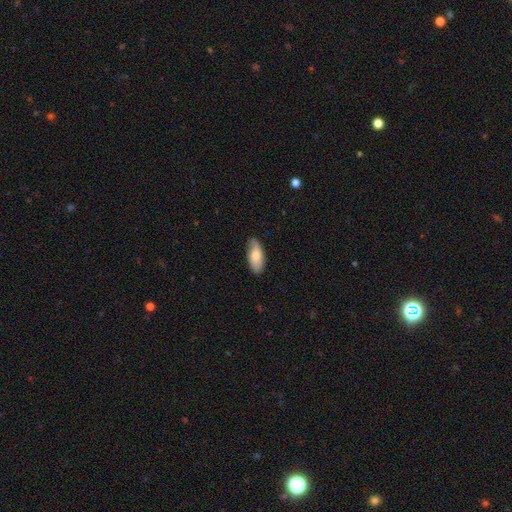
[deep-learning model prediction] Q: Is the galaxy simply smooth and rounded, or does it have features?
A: smooth — 71%.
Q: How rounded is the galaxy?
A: in between — 84%.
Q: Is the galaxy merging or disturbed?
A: none — 82%.